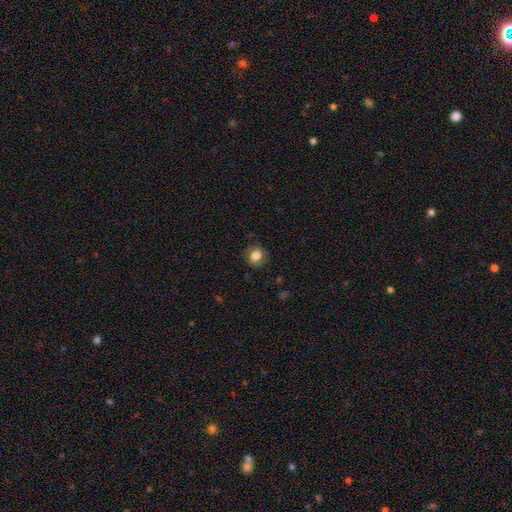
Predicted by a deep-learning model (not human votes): smooth 81%, star or artifact 10%, featured or disk 9%. Down the decision tree: how rounded — round (71%); merging — none (82%).